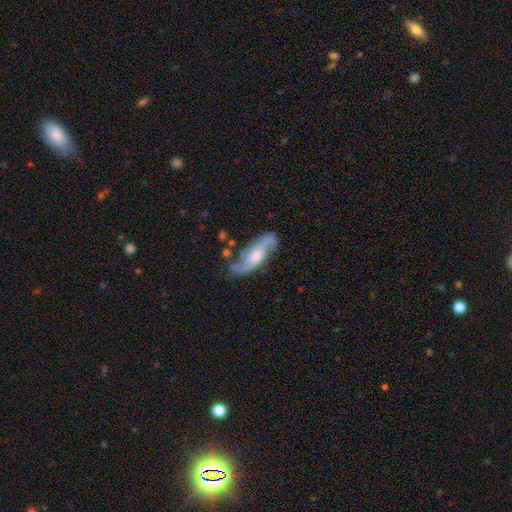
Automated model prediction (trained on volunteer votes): Morphology: type=featured or disk (82%); edge-on=no (89%); bar=no (50%); spiral arms=yes (95%); winding=loose (47%); arm count=2 (90%); bulge=moderate (53%); merging=none (72%).